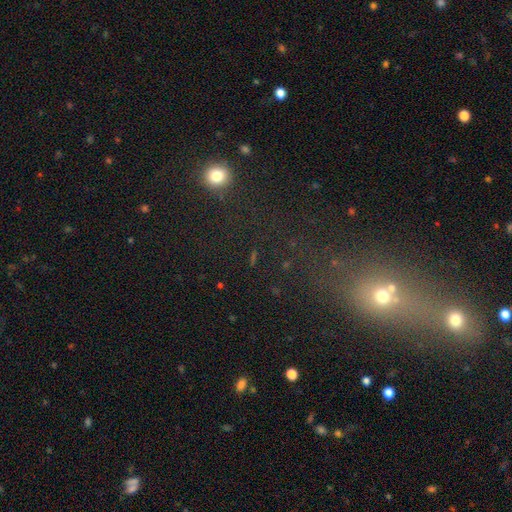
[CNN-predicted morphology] A star or artifact, not a galaxy (47%).